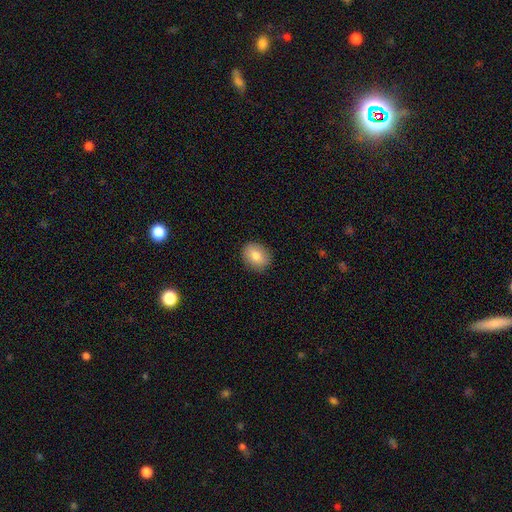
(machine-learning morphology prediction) A smooth galaxy with no disk features (81%) that is in between round and cigar-shaped (51%).

Vote fractions:
- Smooth or featured? smooth: 81% / featured or disk: 11% / star or artifact: 8%
- How rounded? in between: 51% / round: 48% / cigar-shaped: 1%
- Merging? none: 89% / minor disturbance: 8% / major disturbance: 2% / merger: 1%